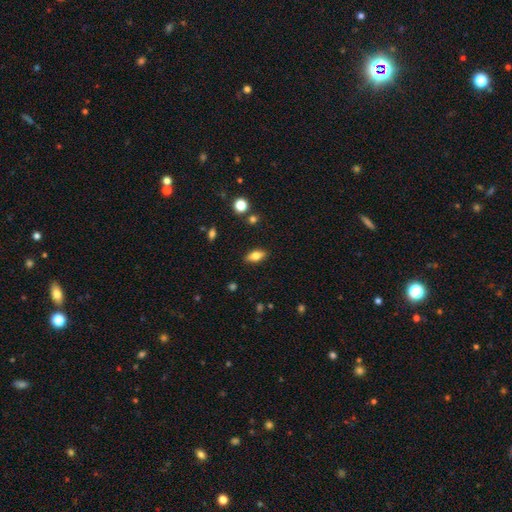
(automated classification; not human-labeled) A smooth galaxy with no disk features (73%) that is in between round and cigar-shaped (84%).

Vote fractions:
- Smooth or featured? smooth: 73% / featured or disk: 19% / star or artifact: 8%
- How rounded? in between: 84% / cigar-shaped: 12% / round: 4%
- Merging? none: 87% / minor disturbance: 10% / major disturbance: 2% / merger: 2%